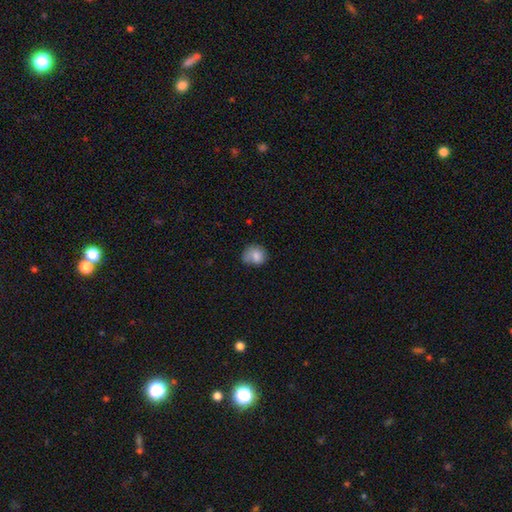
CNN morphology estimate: type=smooth (81%); roundness=round (66%); merging=none (51%).